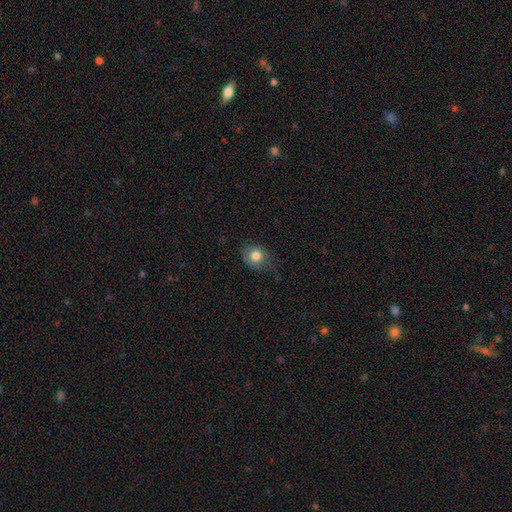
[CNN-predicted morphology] Q: Smooth or featured?
A: smooth (78%); runner-up: featured or disk (13%)
Q: How rounded?
A: round (63%); runner-up: in between (36%)
Q: Merging?
A: none (59%); runner-up: minor disturbance (30%)